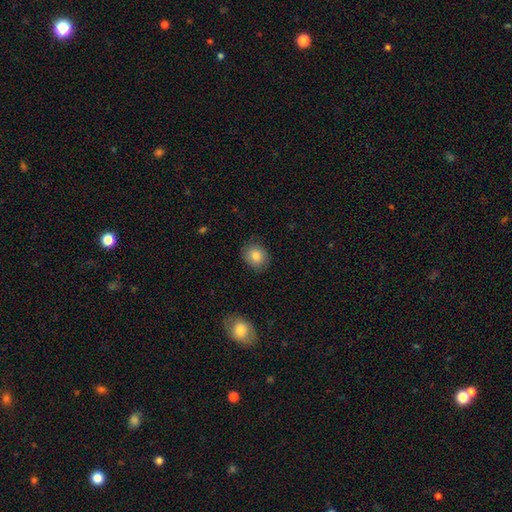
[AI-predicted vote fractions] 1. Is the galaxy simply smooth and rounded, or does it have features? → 82% smooth, 9% featured or disk, 9% star or artifact.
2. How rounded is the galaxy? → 70% round, 29% in between, 1% cigar-shaped.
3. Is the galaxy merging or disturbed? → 85% none, 11% minor disturbance, 3% major disturbance, 1% merger.